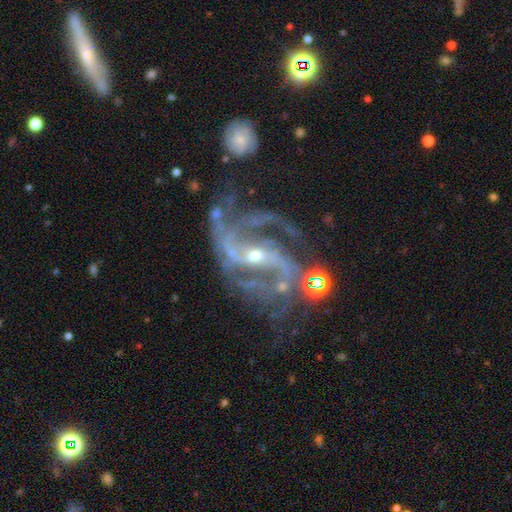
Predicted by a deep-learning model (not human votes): smooth-or-featured: featured or disk: 92% | star or artifact: 6% | smooth: 2%
  disk-edge-on: no: 97% | yes: 3%
    bar: strong: 49% | weak: 31% | no: 19%
    has-spiral-arms: yes: 98% | no: 2%
      spiral-winding: medium: 54% | loose: 24% | tight: 22%
      spiral-arm-count: 2: 54% | 3: 20% | can't tell: 9% | 4: 8% | 1: 5% | more than 4: 5%
    bulge-size: small: 68% | moderate: 28% | none: 1% | large: 1% | dominant: 1%
  merging: none: 46% | major disturbance: 23% | minor disturbance: 21% | merger: 10%